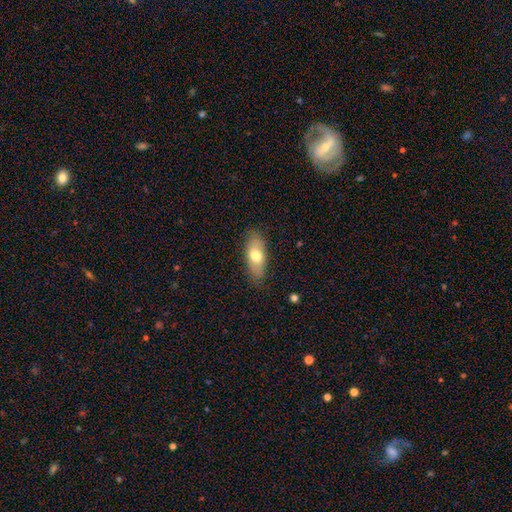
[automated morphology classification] Smooth or featured?
  - smooth: 69% *
  - featured or disk: 24%
  - star or artifact: 7%
How rounded?
  - in between: 79% *
  - cigar-shaped: 17%
  - round: 4%
Merging?
  - none: 81% *
  - minor disturbance: 14%
  - major disturbance: 3%
  - merger: 1%